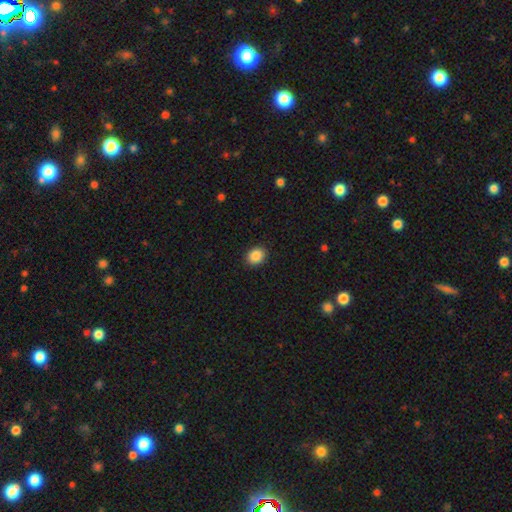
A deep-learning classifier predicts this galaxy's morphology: Smooth or featured?
  - smooth: 88% *
  - star or artifact: 9%
  - featured or disk: 3%
How rounded?
  - round: 59% *
  - in between: 40%
  - cigar-shaped: 1%
Merging?
  - none: 90% *
  - minor disturbance: 7%
  - major disturbance: 2%
  - merger: 1%